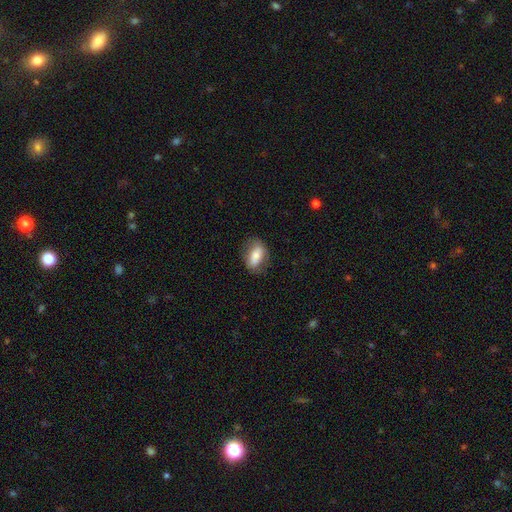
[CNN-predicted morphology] A smooth galaxy with no disk features (73%) that is in between round and cigar-shaped (86%). Merging: none (71%).